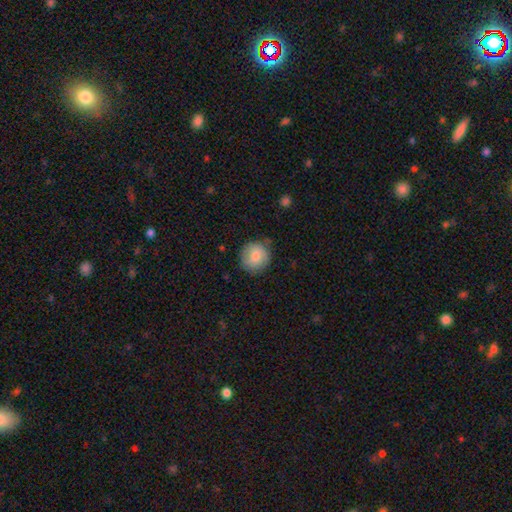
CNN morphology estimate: The model was most divided on "smooth or featured": smooth: 78%, featured or disk: 14%, star or artifact: 7%. More confident: how rounded — round (91%); merging — none (80%).